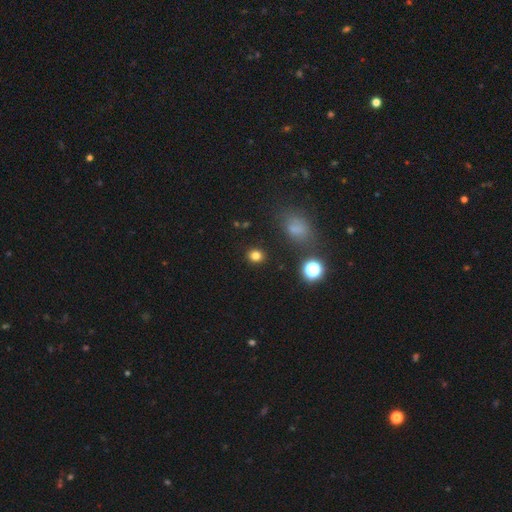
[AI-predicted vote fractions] Smooth or featured? smooth (79%)
How rounded? round (77%)
Merging? none (88%)